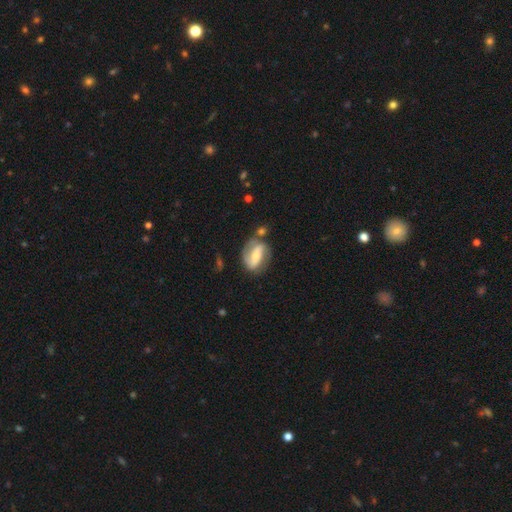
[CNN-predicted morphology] smooth-or-featured: featured or disk: 71% | smooth: 23% | star or artifact: 6%
  disk-edge-on: no: 94% | yes: 6%
    bar: strong: 47% | weak: 31% | no: 22%
    has-spiral-arms: yes: 86% | no: 14%
      spiral-winding: medium: 40% | loose: 38% | tight: 23%
      spiral-arm-count: 2: 84% | can't tell: 7% | 1: 6% | 3: 1% | 4: 1% | more than 4: 1%
    bulge-size: moderate: 47% | small: 44% | large: 4% | none: 3% | dominant: 1%
  merging: none: 64% | minor disturbance: 19% | merger: 9% | major disturbance: 8%